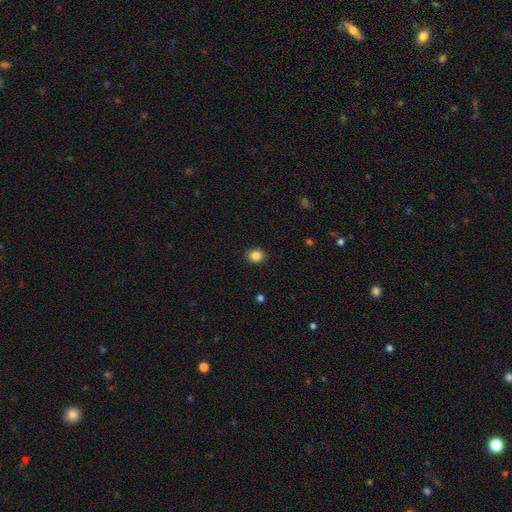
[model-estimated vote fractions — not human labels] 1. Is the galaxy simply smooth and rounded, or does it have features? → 86% smooth, 10% star or artifact, 5% featured or disk.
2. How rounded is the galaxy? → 63% round, 37% in between, 1% cigar-shaped.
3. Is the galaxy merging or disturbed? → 91% none, 7% minor disturbance, 2% major disturbance, 1% merger.